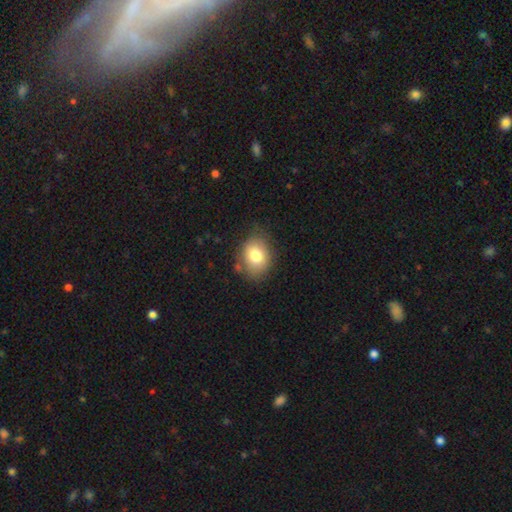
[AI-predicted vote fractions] The model was most divided on "how rounded": in between: 58%, round: 41%, cigar-shaped: 1%. More confident: smooth or featured — smooth (79%); merging — none (75%).